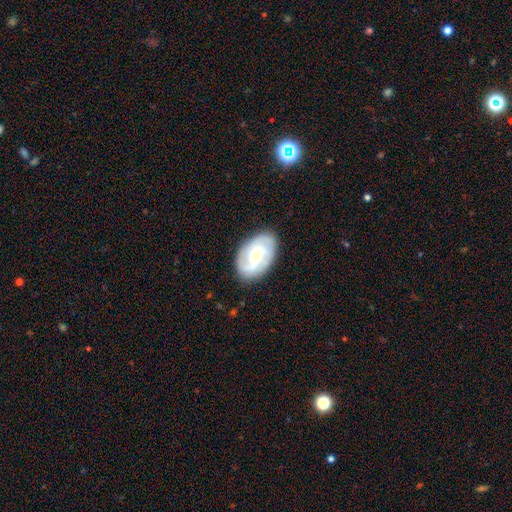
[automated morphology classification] The model was most divided on "bar": no: 49%, weak: 40%, strong: 11%. Remaining: edge-on disk — no (96%); spiral arms — yes (93%); merging — none (83%); smooth or featured — featured or disk (75%); bulge size — small (54%); spiral winding — medium (43%); spiral arm count — 2 (42%).